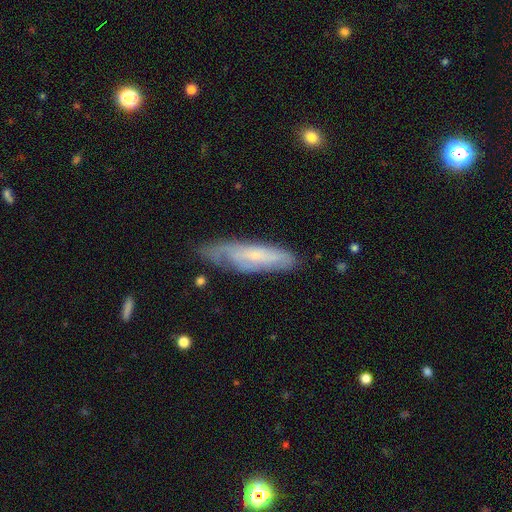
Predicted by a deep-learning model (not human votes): Smooth or featured: featured or disk — 60% (smooth — 34%)
Edge-on disk: no — 71% (yes — 29%)
Merging: none — 59% (minor disturbance — 29%)